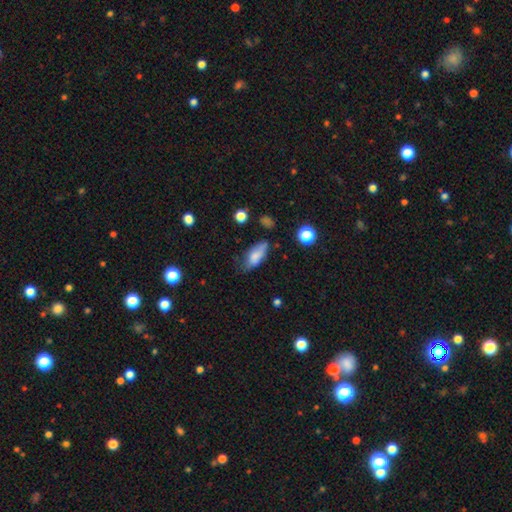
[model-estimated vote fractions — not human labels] smooth_or_featured: smooth (p=0.76) [alt: featured or disk p=0.16]
how_rounded: in between (p=0.78) [alt: cigar-shaped p=0.19]
merging: none (p=0.53) [alt: minor disturbance p=0.32]